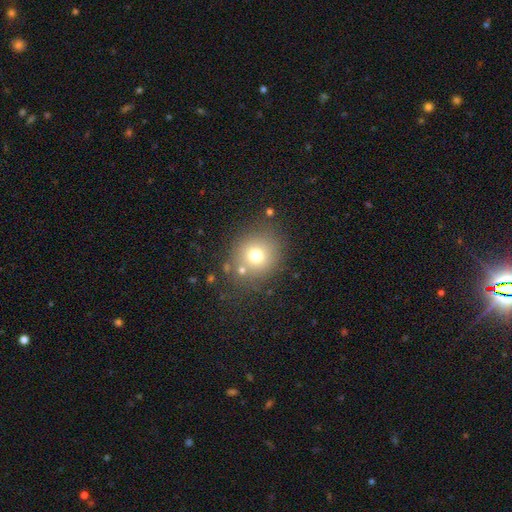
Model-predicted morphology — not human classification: A smooth galaxy with no disk features (71%) that is round (86%). Merging: none (77%).